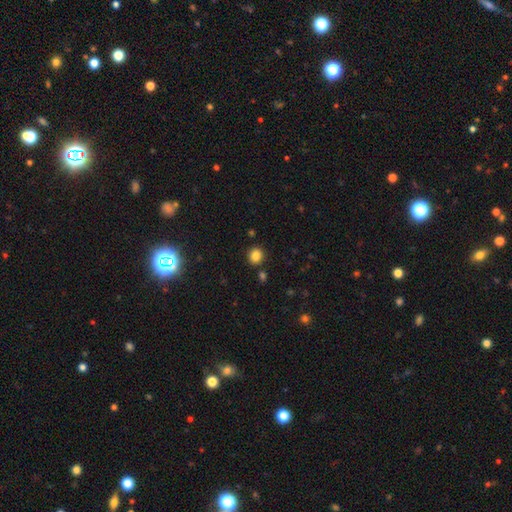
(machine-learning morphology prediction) This is clearly a smooth galaxy (83%). How rounded: clearly round (85%). Merging: clearly none (88%).